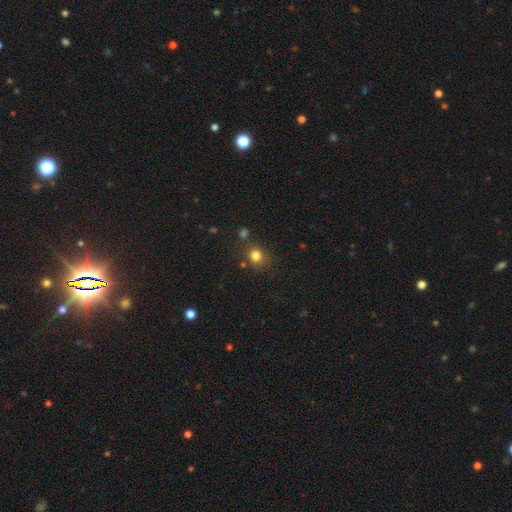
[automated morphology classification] This is likely a smooth galaxy (80%). How rounded: likely round (78%). Merging: likely none (74%).